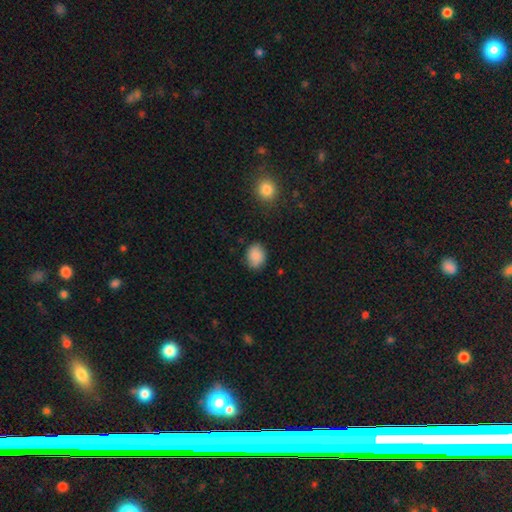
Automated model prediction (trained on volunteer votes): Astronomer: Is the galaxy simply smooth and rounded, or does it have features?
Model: smooth — 88%.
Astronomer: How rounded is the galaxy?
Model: in between — 57% (runner-up: round, 42%).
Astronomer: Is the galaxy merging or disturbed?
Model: none — 82%.